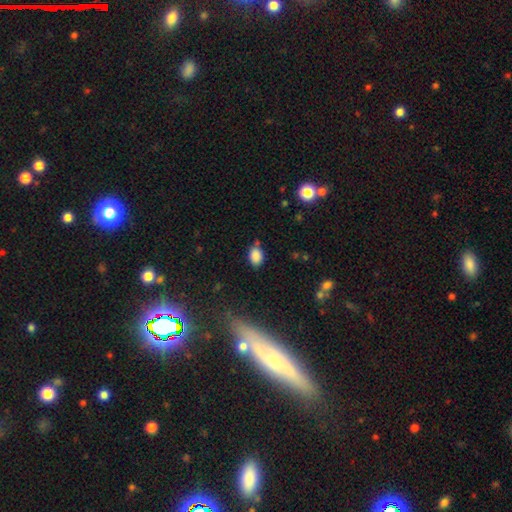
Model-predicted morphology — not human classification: smooth-or-featured: smooth: 87% | star or artifact: 9% | featured or disk: 4%
  how-rounded: in between: 82% | round: 17% | cigar-shaped: 1%
  merging: none: 73% | minor disturbance: 18% | merger: 5% | major disturbance: 4%